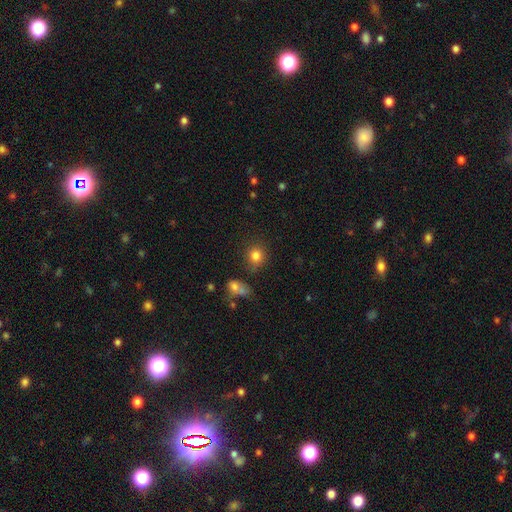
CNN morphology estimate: type=smooth (82%); roundness=round (81%); merging=none (76%).